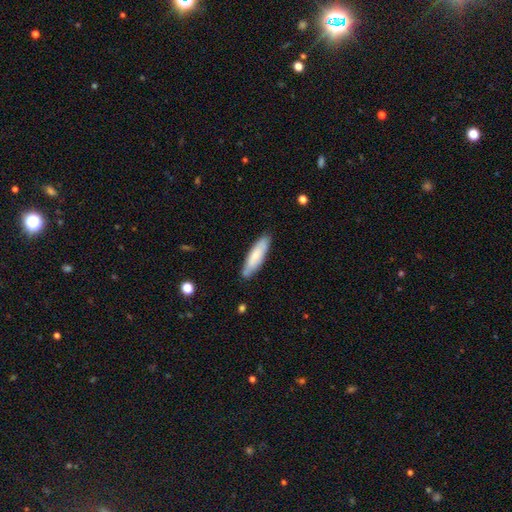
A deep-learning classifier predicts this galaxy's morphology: smooth_or_featured: smooth (p=0.72) [alt: featured or disk p=0.22]
how_rounded: cigar-shaped (p=0.66) [alt: in between p=0.32]
merging: none (p=0.83) [alt: minor disturbance p=0.13]